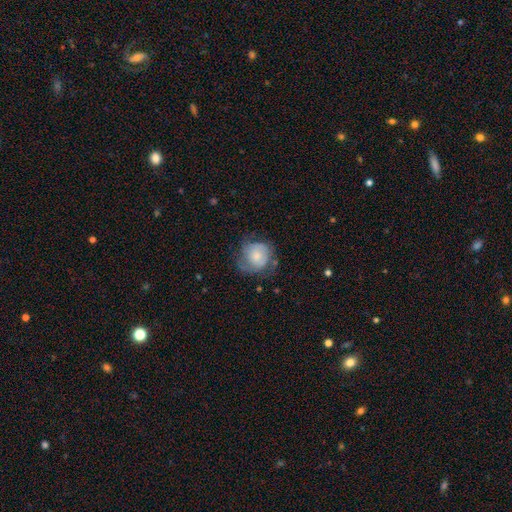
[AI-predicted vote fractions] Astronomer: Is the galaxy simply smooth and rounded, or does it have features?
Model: smooth — 58% (runner-up: featured or disk, 35%).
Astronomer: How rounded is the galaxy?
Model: round — 81%.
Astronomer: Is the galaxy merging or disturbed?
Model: none — 49% (runner-up: minor disturbance, 31%).